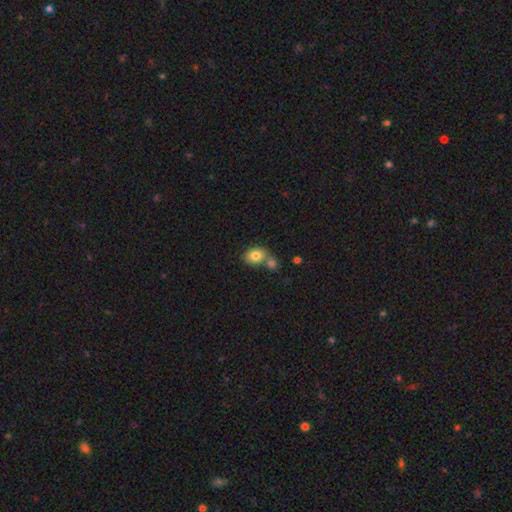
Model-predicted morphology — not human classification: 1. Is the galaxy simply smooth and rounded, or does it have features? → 81% smooth, 10% featured or disk, 9% star or artifact.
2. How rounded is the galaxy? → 50% in between, 49% round, 1% cigar-shaped.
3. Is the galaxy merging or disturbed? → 45% none, 41% merger, 11% minor disturbance, 3% major disturbance.